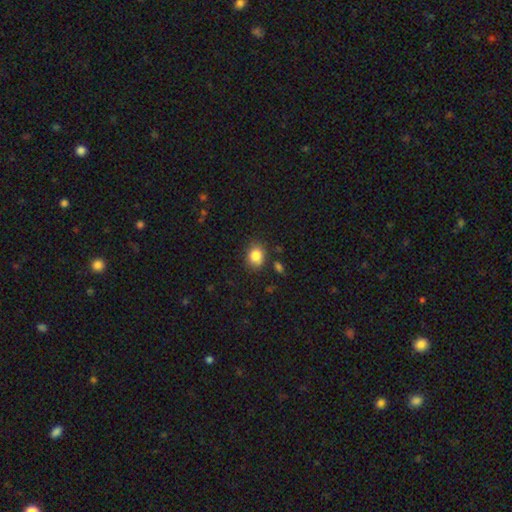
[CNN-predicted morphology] Q: Smooth or featured?
A: smooth (84%); runner-up: star or artifact (9%)
Q: How rounded?
A: round (55%); runner-up: in between (44%)
Q: Merging?
A: none (80%); runner-up: minor disturbance (13%)